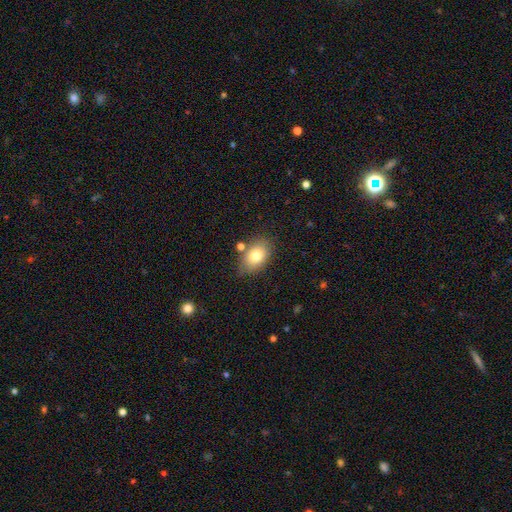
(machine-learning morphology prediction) The model was most divided on "merging": none: 75%, minor disturbance: 15%, merger: 7%, major disturbance: 4%. More confident: how rounded — in between (83%); smooth or featured — smooth (77%).